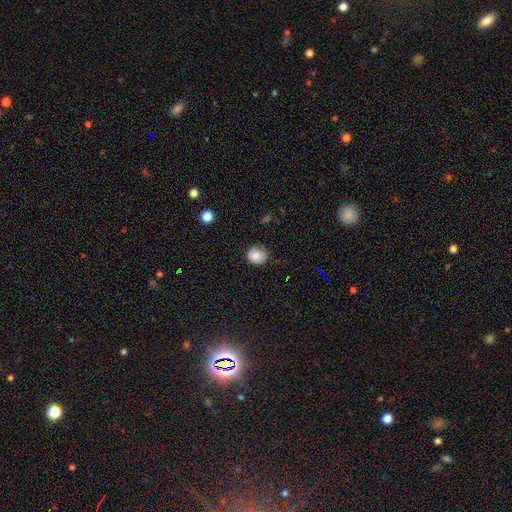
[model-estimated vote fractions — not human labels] smooth_or_featured: smooth (p=0.81) [alt: star or artifact p=0.10]
how_rounded: round (p=0.80) [alt: in between p=0.19]
merging: none (p=0.74) [alt: minor disturbance p=0.21]